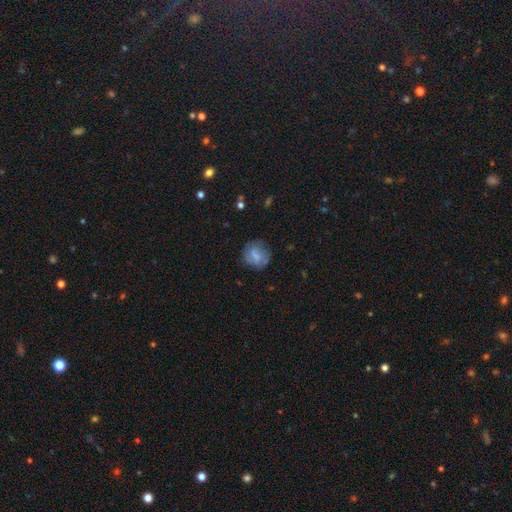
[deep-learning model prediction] Smooth or featured? Predicted: smooth (p=0.58). How rounded? Predicted: round (p=0.75). Merging? Predicted: none (p=0.71).